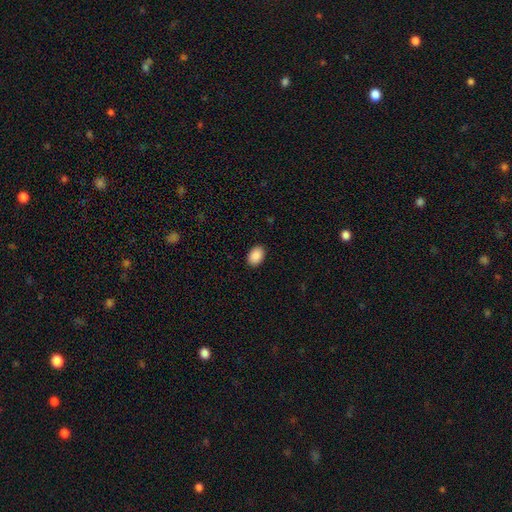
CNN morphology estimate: Q: Smooth or featured?
A: smooth (90%); runner-up: star or artifact (7%)
Q: How rounded?
A: in between (81%); runner-up: round (18%)
Q: Merging?
A: none (90%); runner-up: minor disturbance (7%)